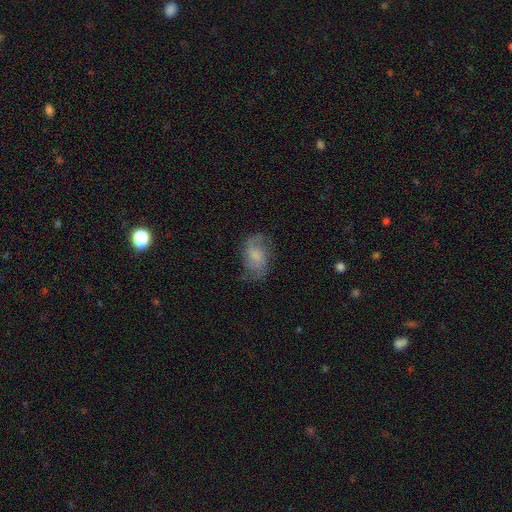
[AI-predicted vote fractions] The model was most divided on "bulge size": small: 34%, moderate: 29%, none: 28%, large: 7%, dominant: 2%. Remaining: edge-on disk — no (97%); spiral arms — yes (92%); spiral arm count — 2 (74%); smooth or featured — featured or disk (67%); merging — none (66%); bar — no (57%); spiral winding — medium (45%).